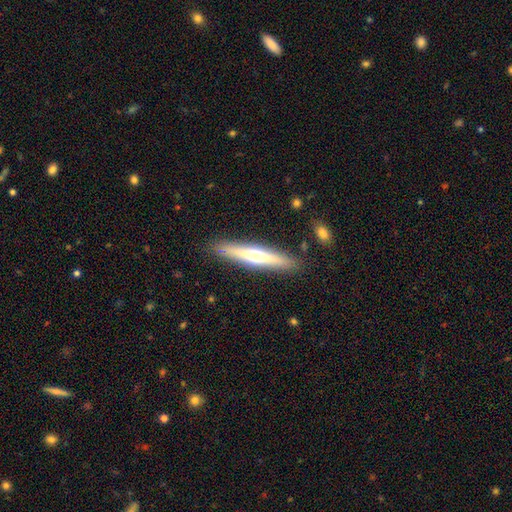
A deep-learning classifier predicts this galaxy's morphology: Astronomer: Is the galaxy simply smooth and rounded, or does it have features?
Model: featured or disk — 51% (runner-up: smooth, 43%).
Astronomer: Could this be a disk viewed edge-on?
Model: yes — 94%.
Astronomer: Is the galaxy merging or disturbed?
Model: none — 88%.